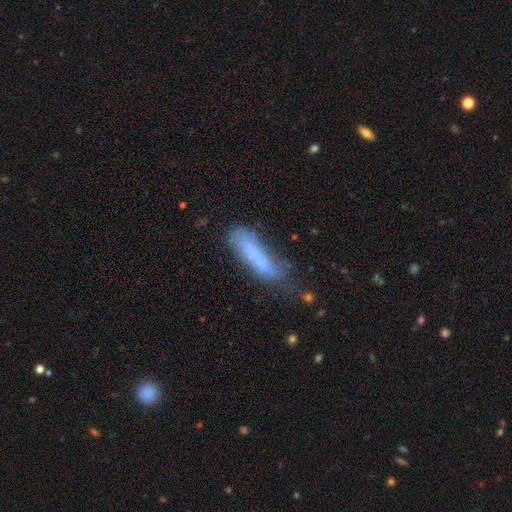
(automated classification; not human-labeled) smooth-or-featured: smooth: 67% | featured or disk: 24% | star or artifact: 9%
  how-rounded: cigar-shaped: 68% | in between: 30% | round: 2%
  merging: none: 45% | minor disturbance: 31% | major disturbance: 18% | merger: 6%